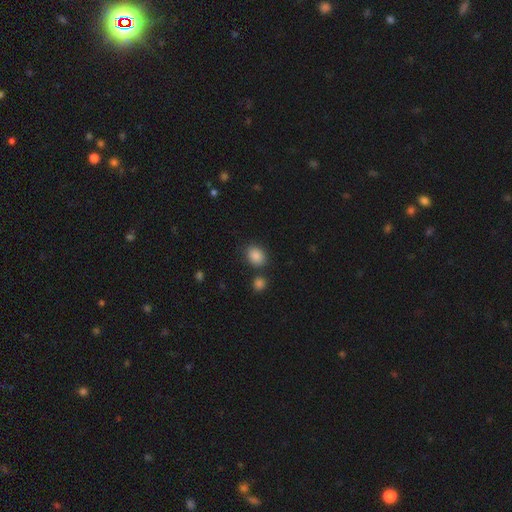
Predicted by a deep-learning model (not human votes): Smooth or featured? smooth (87%)
How rounded? in between (62%)
Merging? none (78%)